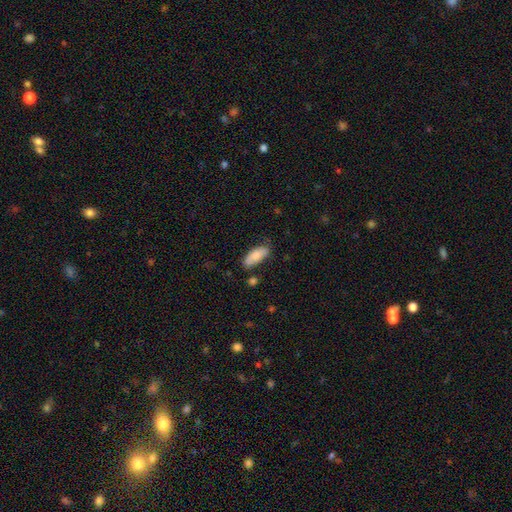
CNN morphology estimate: smooth-or-featured: smooth: 80% | featured or disk: 14% | star or artifact: 6%
  how-rounded: in between: 77% | cigar-shaped: 21% | round: 2%
  merging: none: 73% | minor disturbance: 19% | merger: 4% | major disturbance: 4%